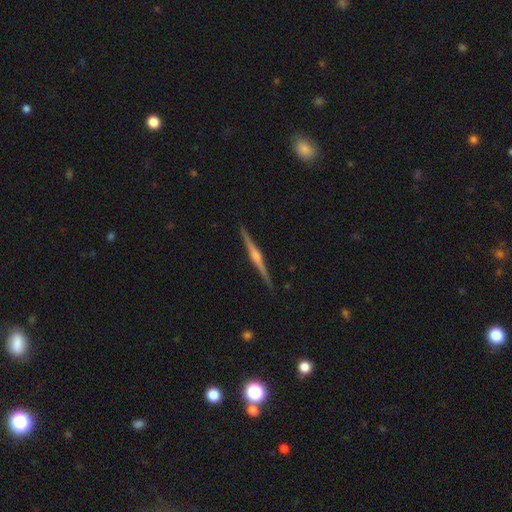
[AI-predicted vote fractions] Q: Smooth or featured?
A: featured or disk (84%); runner-up: smooth (10%)
Q: Edge-on disk?
A: yes (98%); runner-up: no (2%)
Q: Edge-on bulge?
A: rounded (84%); runner-up: boxy (8%)
Q: Merging?
A: none (92%); runner-up: minor disturbance (6%)